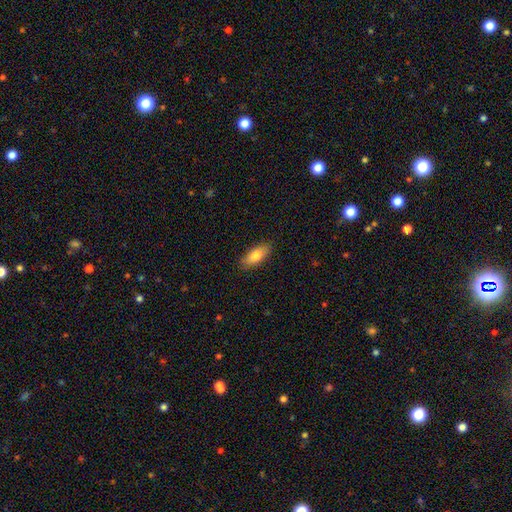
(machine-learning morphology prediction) smooth_or_featured: smooth (p=0.80) [alt: featured or disk p=0.14]
how_rounded: in between (p=0.77) [alt: cigar-shaped p=0.21]
merging: none (p=0.86) [alt: minor disturbance p=0.10]